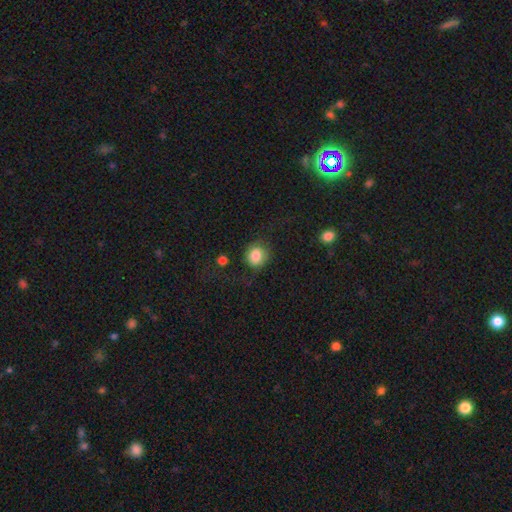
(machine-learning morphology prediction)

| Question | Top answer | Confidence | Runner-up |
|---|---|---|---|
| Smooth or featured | smooth | 83% | featured or disk (9%) |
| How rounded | round | 80% | in between (19%) |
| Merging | none | 66% | minor disturbance (18%) |